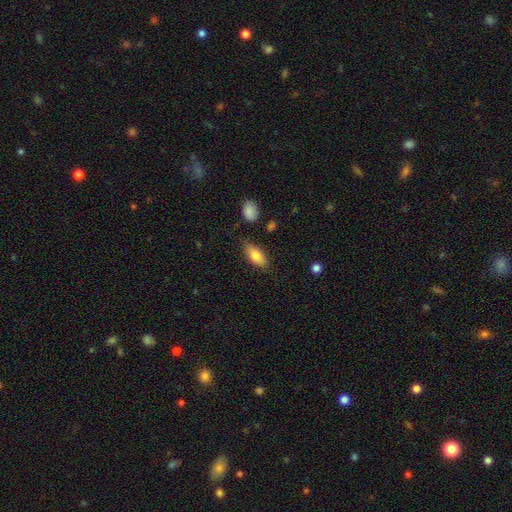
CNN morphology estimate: A smooth galaxy with no disk features (78%) that is in between round and cigar-shaped (84%). Merging: none (78%).